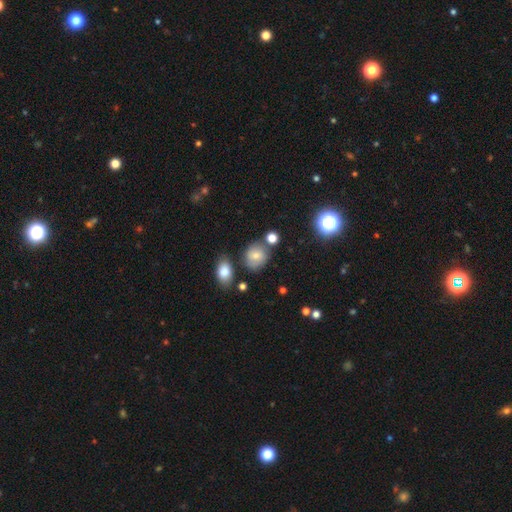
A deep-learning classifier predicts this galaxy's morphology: Overall: smooth (71%). How rounded: round (69%; in between 30%). Merging: none (70%).